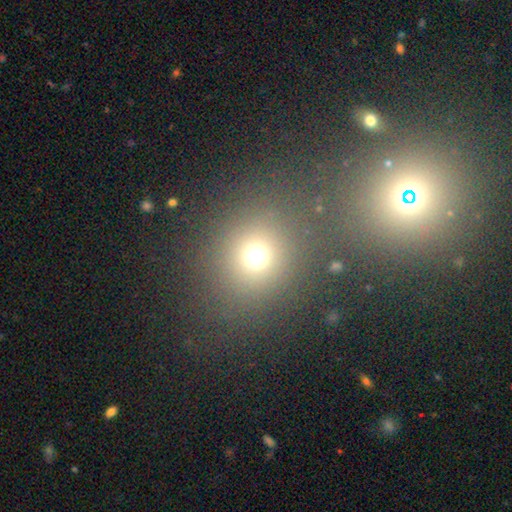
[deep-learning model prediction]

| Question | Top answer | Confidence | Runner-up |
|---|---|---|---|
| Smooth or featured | smooth | 70% | star or artifact (22%) |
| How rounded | round | 81% | in between (18%) |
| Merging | none | 76% | minor disturbance (9%) |